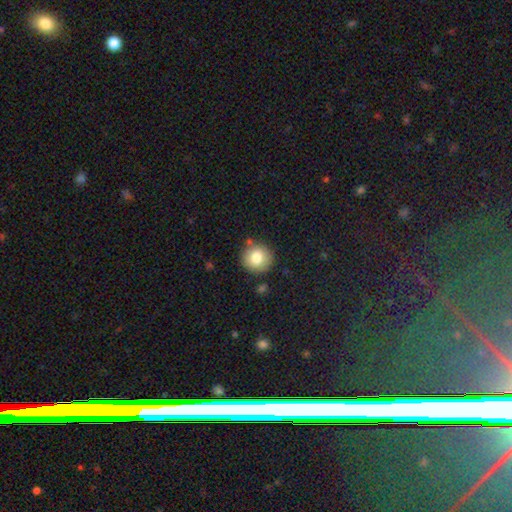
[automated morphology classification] smooth_or_featured: smooth (p=0.80) [alt: featured or disk p=0.11]
how_rounded: round (p=0.91) [alt: in between p=0.08]
merging: none (p=0.84) [alt: minor disturbance p=0.10]